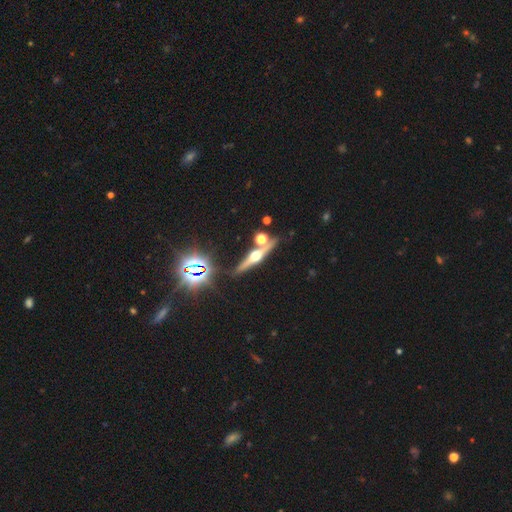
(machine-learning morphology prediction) smooth_or_featured: featured or disk (p=0.73) [alt: smooth p=0.14]
disk_edge_on: yes (p=0.95) [alt: no p=0.05]
edge_on_bulge: rounded (p=0.96) [alt: boxy p=0.02]
merging: none (p=0.80) [alt: merger p=0.09]